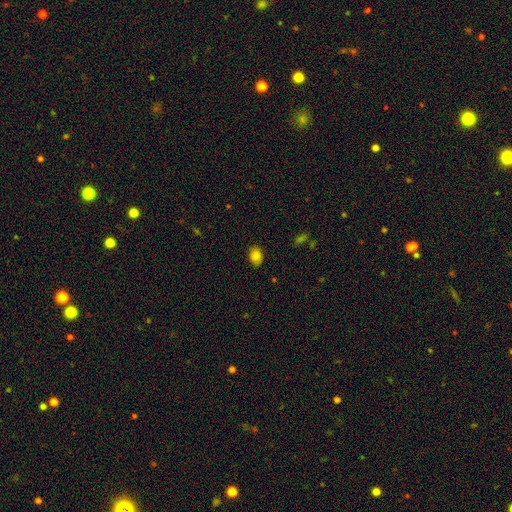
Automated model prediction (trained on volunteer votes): smooth_or_featured: smooth (p=0.81) [alt: star or artifact p=0.10]
how_rounded: in between (p=0.76) [alt: round p=0.23]
merging: none (p=0.85) [alt: minor disturbance p=0.11]